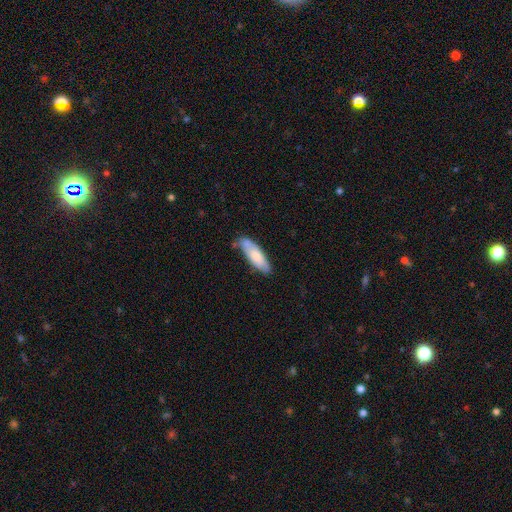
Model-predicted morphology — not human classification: smooth-or-featured: smooth: 71% | featured or disk: 23% | star or artifact: 5%
  how-rounded: in between: 52% | cigar-shaped: 46% | round: 2%
  merging: none: 66% | minor disturbance: 24% | merger: 5% | major disturbance: 4%